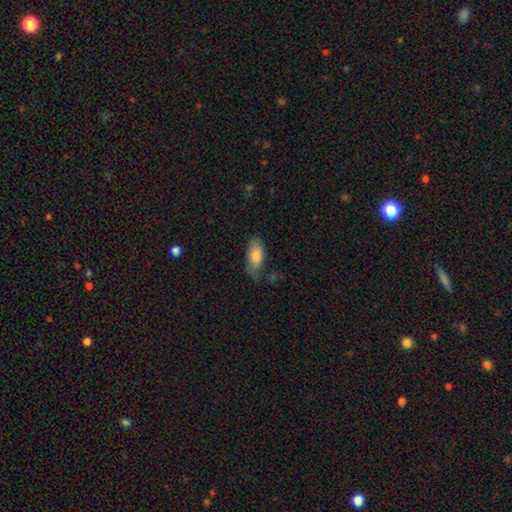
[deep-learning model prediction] The model was most divided on "merging": none: 63%, minor disturbance: 27%, major disturbance: 8%, merger: 3%. More confident: how rounded — in between (83%); smooth or featured — smooth (78%).